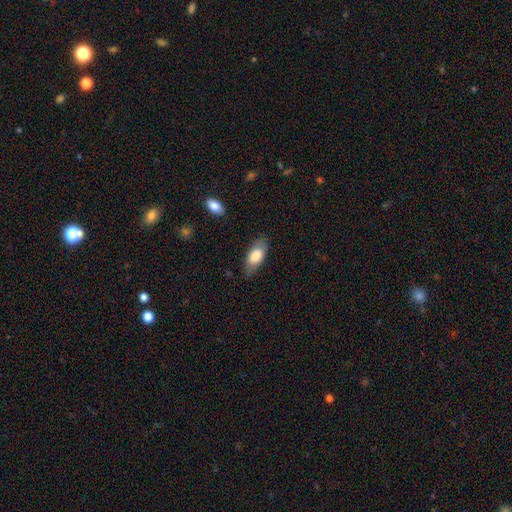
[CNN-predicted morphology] The model was most divided on "merging": none: 75%, minor disturbance: 19%, major disturbance: 5%, merger: 1%. More confident: how rounded — in between (87%); smooth or featured — smooth (77%).